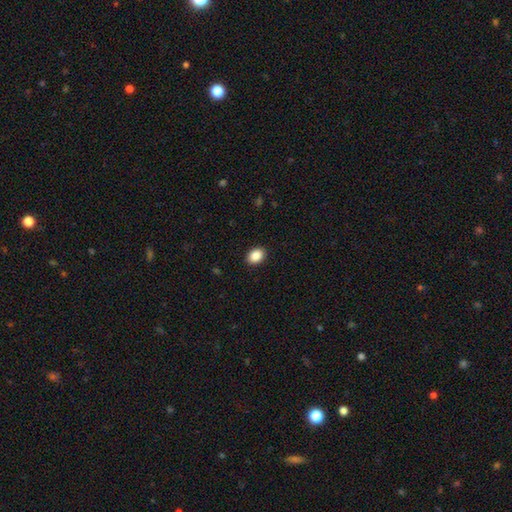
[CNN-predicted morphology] smooth-or-featured: smooth: 89% | star or artifact: 8% | featured or disk: 3%
  how-rounded: in between: 71% | round: 28% | cigar-shaped: 1%
  merging: none: 91% | minor disturbance: 6% | major disturbance: 2% | merger: 1%